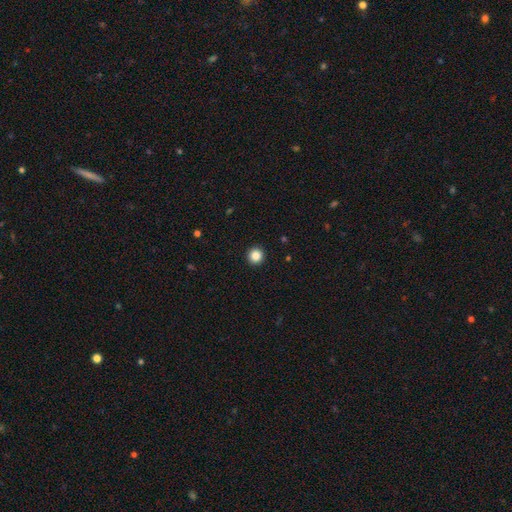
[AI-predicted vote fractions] This appears to be a smooth galaxy with no disk features (86%) that is round (96%). Merging: none (94%).